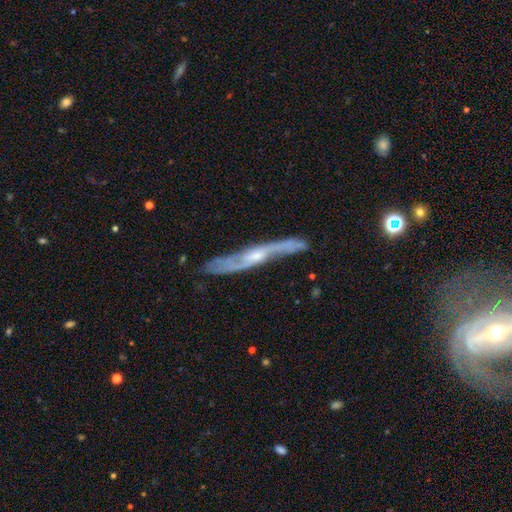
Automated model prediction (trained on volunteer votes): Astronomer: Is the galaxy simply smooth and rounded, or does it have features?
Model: featured or disk — 80%.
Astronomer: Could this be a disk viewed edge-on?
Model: yes — 65%.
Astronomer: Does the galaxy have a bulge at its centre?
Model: rounded — 55% (runner-up: none, 38%).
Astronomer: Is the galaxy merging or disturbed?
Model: none — 69%.